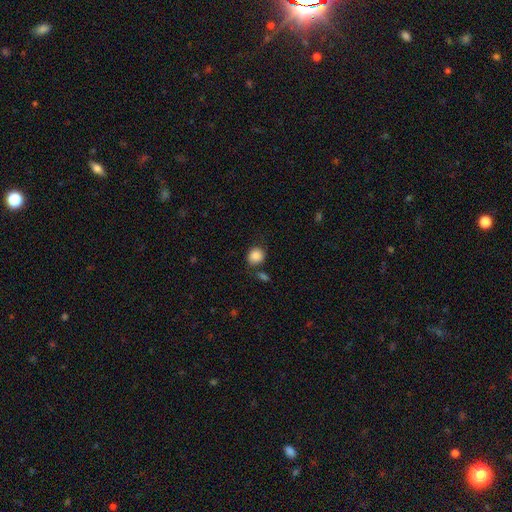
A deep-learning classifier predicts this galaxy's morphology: Overall: smooth (87%). How rounded: round (80%). Merging: none (76%).